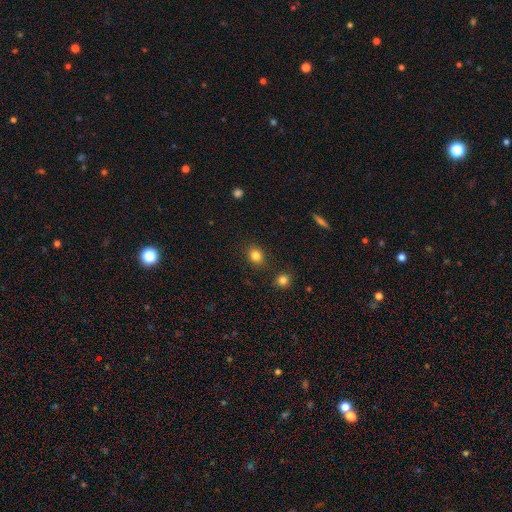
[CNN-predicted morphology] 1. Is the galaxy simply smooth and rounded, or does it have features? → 84% smooth, 11% star or artifact, 5% featured or disk.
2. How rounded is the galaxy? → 52% round, 47% in between, 1% cigar-shaped.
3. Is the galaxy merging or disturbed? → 86% none, 9% minor disturbance, 3% merger, 3% major disturbance.